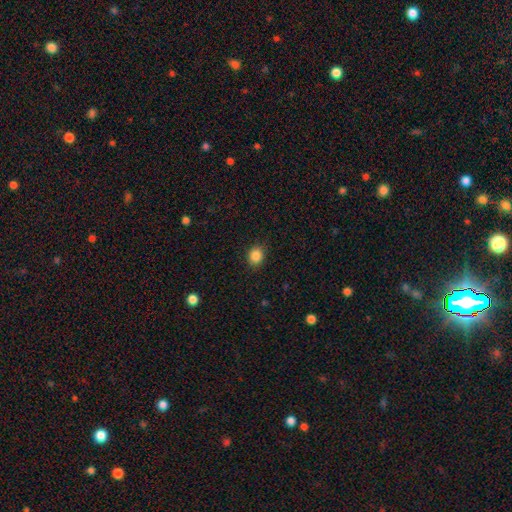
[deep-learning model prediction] This is clearly a smooth galaxy (86%). How rounded: likely round (70%). Merging: clearly none (88%).